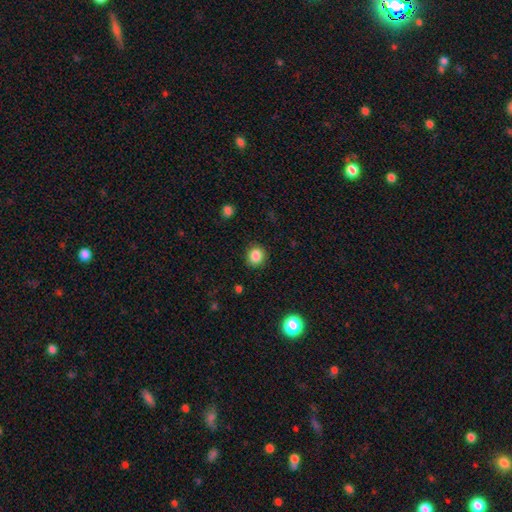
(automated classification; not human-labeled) smooth_or_featured: smooth (p=0.86) [alt: star or artifact p=0.10]
how_rounded: round (p=0.85) [alt: in between p=0.15]
merging: none (p=0.88) [alt: minor disturbance p=0.08]